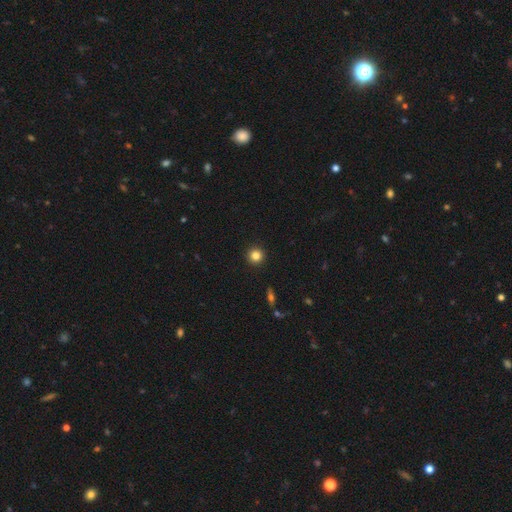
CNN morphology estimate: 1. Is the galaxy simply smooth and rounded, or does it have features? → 83% smooth, 11% star or artifact, 5% featured or disk.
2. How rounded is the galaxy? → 96% round, 3% in between, 1% cigar-shaped.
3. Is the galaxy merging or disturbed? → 93% none, 4% minor disturbance, 1% major disturbance, 1% merger.